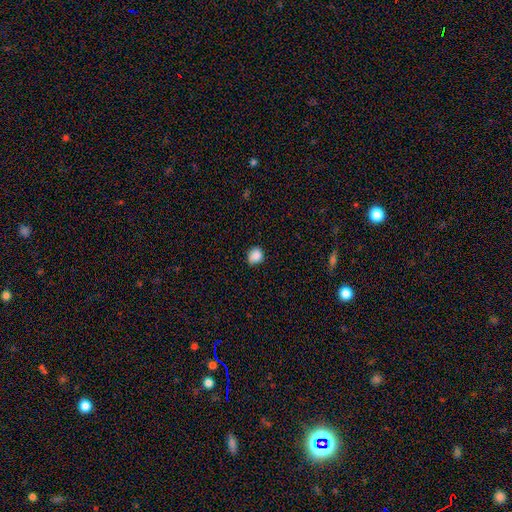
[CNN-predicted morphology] Smooth or featured? Predicted: smooth (p=0.87). How rounded? Predicted: round (p=0.70). Merging? Predicted: none (p=0.75).